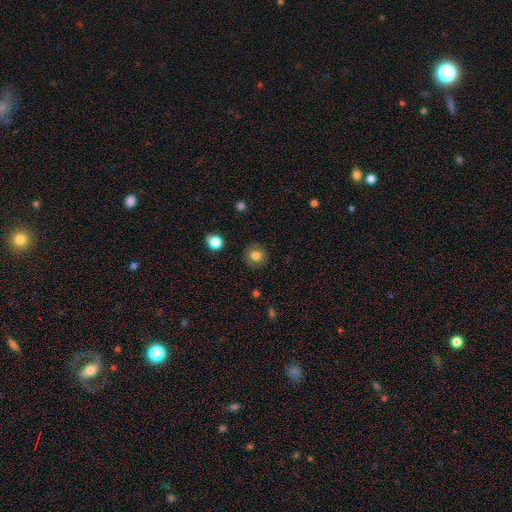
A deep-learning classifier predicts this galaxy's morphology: The model was most divided on "smooth or featured": smooth: 79%, featured or disk: 11%, star or artifact: 10%. More confident: how rounded — round (91%); merging — none (88%).